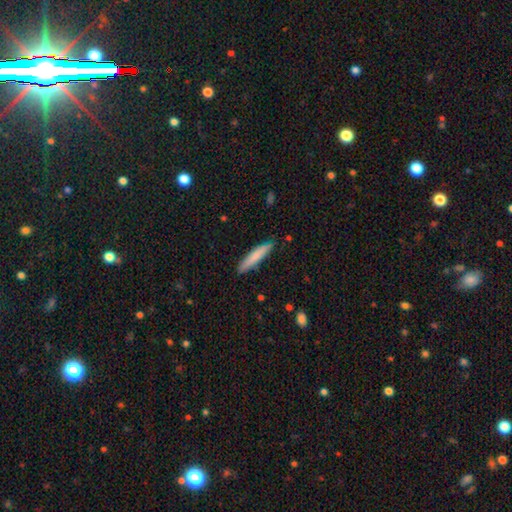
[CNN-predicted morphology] Q: Smooth or featured?
A: smooth (77%); runner-up: featured or disk (17%)
Q: How rounded?
A: cigar-shaped (90%); runner-up: in between (9%)
Q: Merging?
A: none (86%); runner-up: minor disturbance (11%)